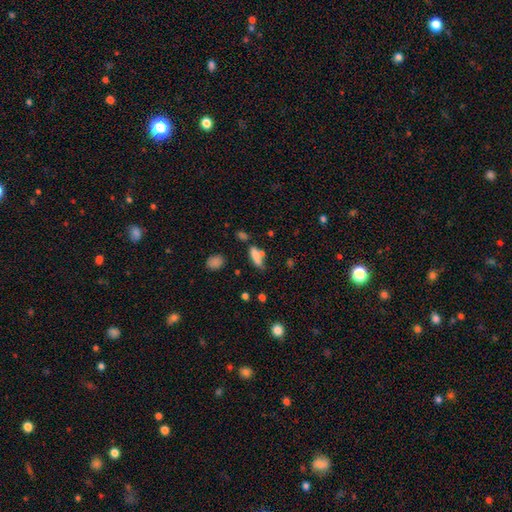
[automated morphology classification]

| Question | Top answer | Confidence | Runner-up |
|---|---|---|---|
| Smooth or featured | smooth | 74% | featured or disk (15%) |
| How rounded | cigar-shaped | 53% | in between (44%) |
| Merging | none | 54% | merger (21%) |